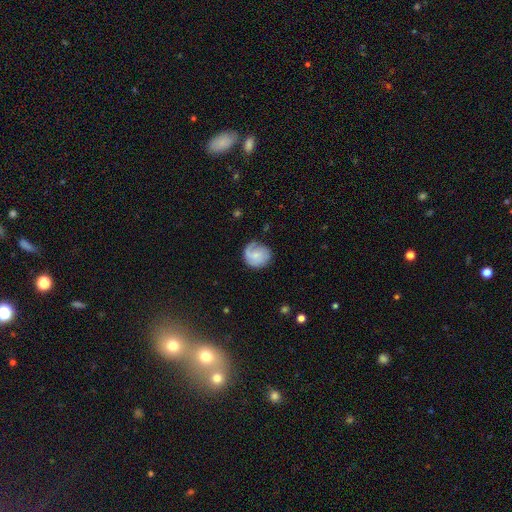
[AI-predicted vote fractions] A featured or disk galaxy (50%). Merging: none (64%).